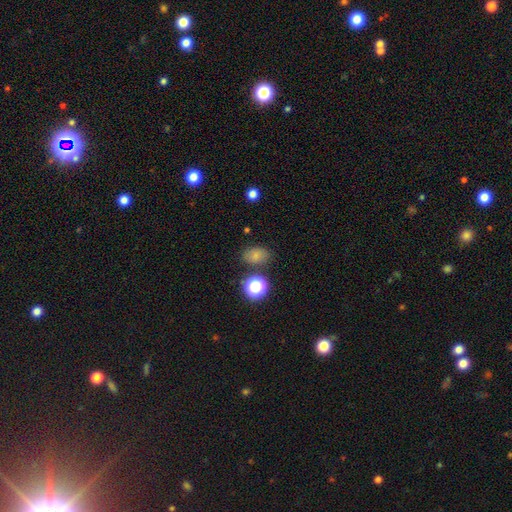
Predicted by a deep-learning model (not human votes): Smooth or featured? Predicted: smooth (p=0.76). How rounded? Predicted: in between (p=0.71). Merging? Predicted: none (p=0.77).